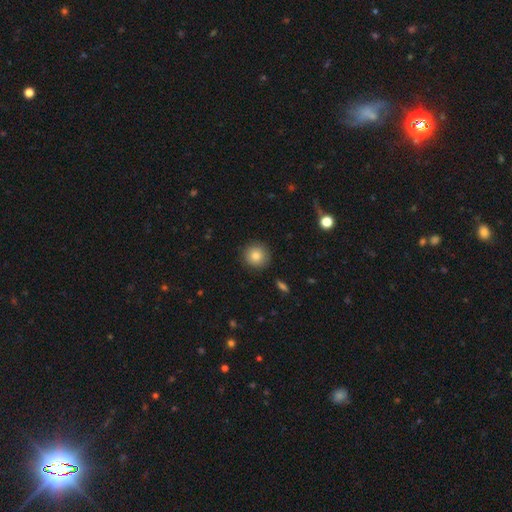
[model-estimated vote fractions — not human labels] smooth 82%, star or artifact 10%, featured or disk 8%. Down the decision tree: how rounded — round (93%); merging — none (90%).